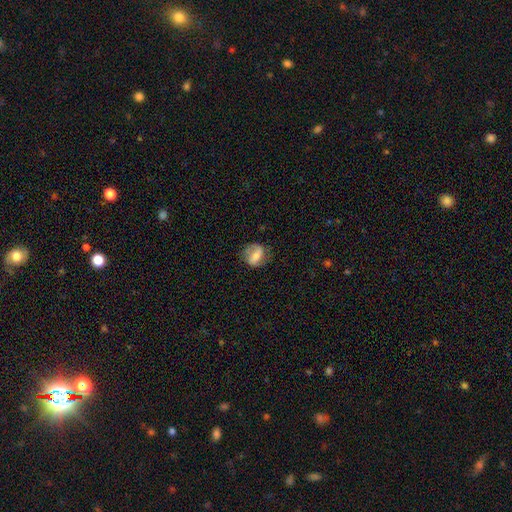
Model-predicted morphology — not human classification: smooth-or-featured: featured or disk: 47% | smooth: 45% | star or artifact: 8%
  merging: none: 66% | minor disturbance: 22% | major disturbance: 10% | merger: 1%